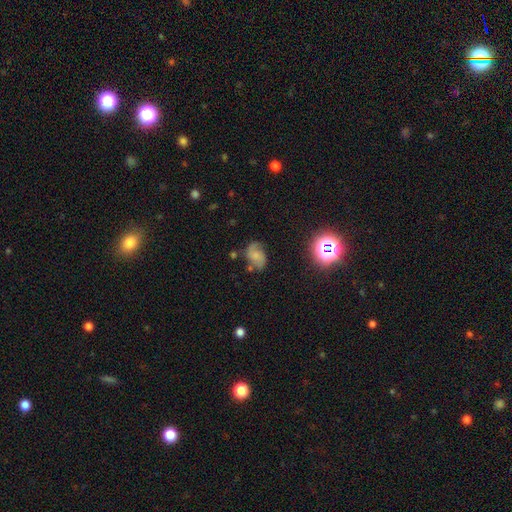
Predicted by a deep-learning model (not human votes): Overall: featured or disk (50%; smooth 35%). Merging: none (59%; minor disturbance 25%).